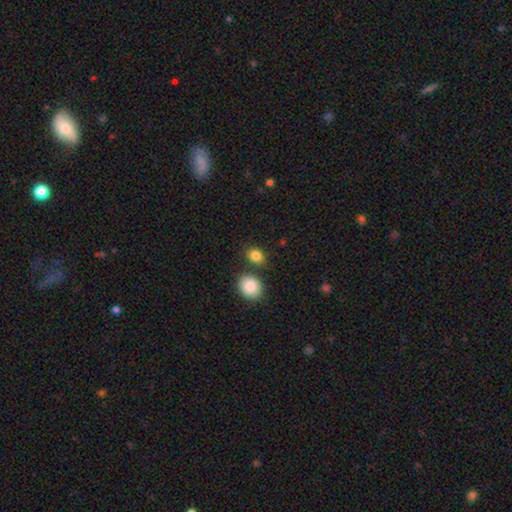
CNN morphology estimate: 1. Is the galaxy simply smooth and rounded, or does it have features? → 85% smooth, 10% star or artifact, 5% featured or disk.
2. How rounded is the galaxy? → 52% in between, 47% round, 1% cigar-shaped.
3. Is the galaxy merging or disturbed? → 72% none, 14% merger, 11% minor disturbance, 3% major disturbance.